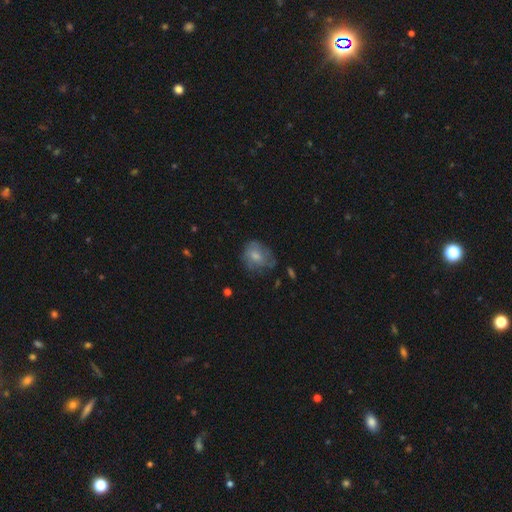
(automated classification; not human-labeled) A smooth galaxy with no disk features (59%) that is round (55%). Merging: none (53%).